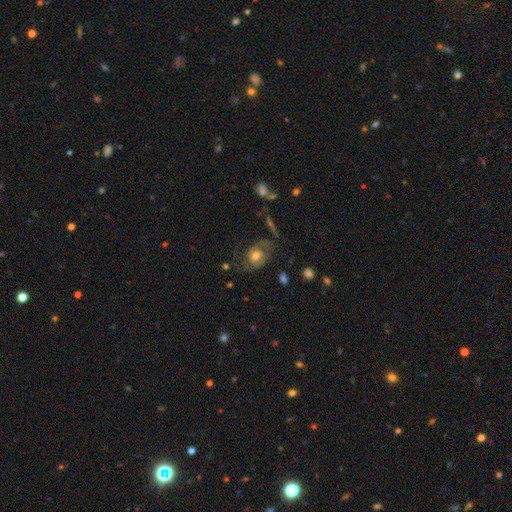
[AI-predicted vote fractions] featured or disk 61%, smooth 30%, star or artifact 9%. Down the decision tree: edge-on disk — no (96%); bar — no (70%); spiral arms — yes (82%); bulge size — moderate (68%); merging — none (55%).